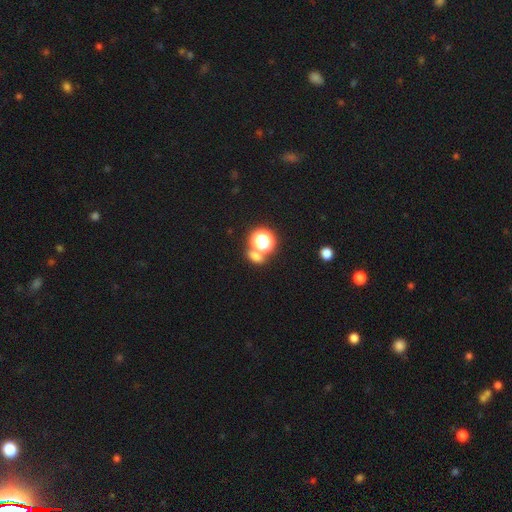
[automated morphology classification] Smooth or featured?
  - smooth: 60% *
  - star or artifact: 31%
  - featured or disk: 9%
How rounded?
  - round: 56% *
  - in between: 41%
  - cigar-shaped: 3%
Merging?
  - none: 64% *
  - merger: 23%
  - minor disturbance: 9%
  - major disturbance: 4%